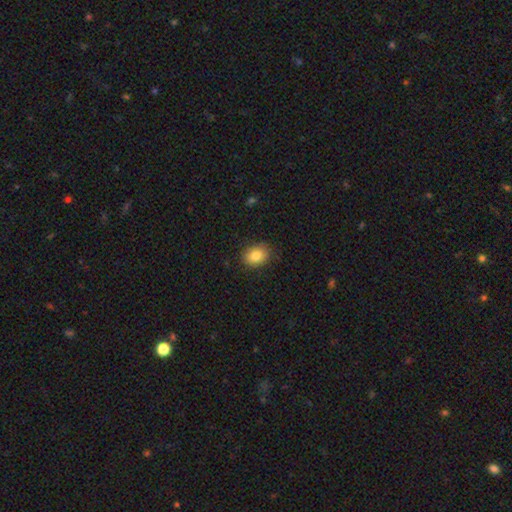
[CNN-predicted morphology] Smooth or featured? smooth (84%)
How rounded? in between (65%)
Merging? none (84%)